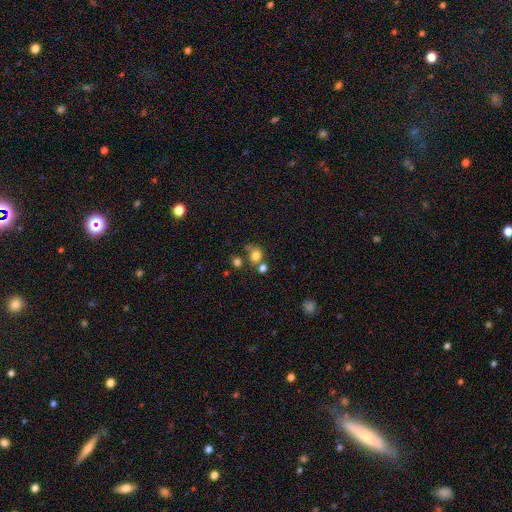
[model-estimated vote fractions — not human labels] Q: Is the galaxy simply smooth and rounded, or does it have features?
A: smooth — 76%.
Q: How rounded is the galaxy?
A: round — 77%.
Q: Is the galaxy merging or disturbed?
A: none — 58%.